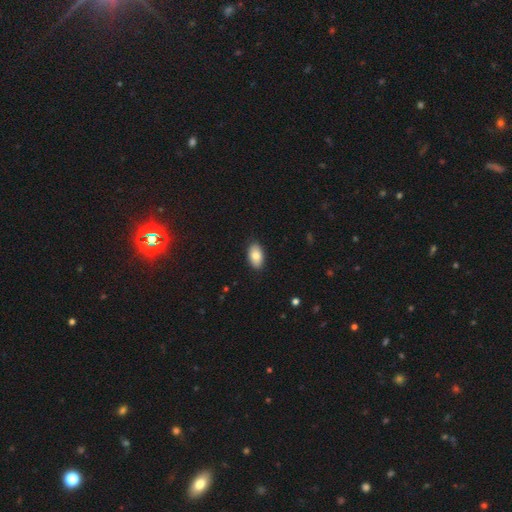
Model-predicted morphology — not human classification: Smooth or featured?
  - smooth: 82% *
  - featured or disk: 11%
  - star or artifact: 7%
How rounded?
  - in between: 94% *
  - round: 4%
  - cigar-shaped: 2%
Merging?
  - none: 89% *
  - minor disturbance: 9%
  - major disturbance: 2%
  - merger: 1%